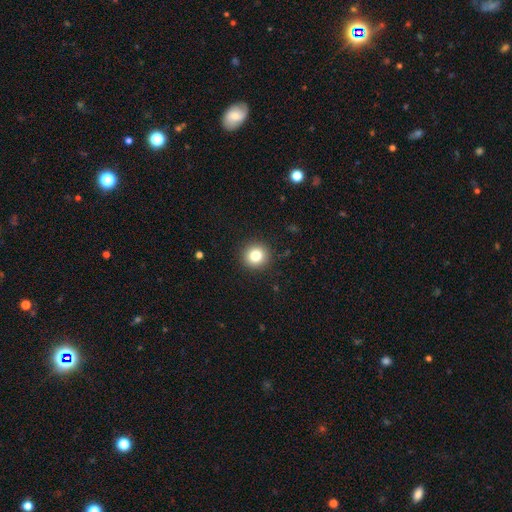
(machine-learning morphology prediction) Smooth or featured? Predicted: smooth (p=0.81). How rounded? Predicted: round (p=0.94). Merging? Predicted: none (p=0.92).